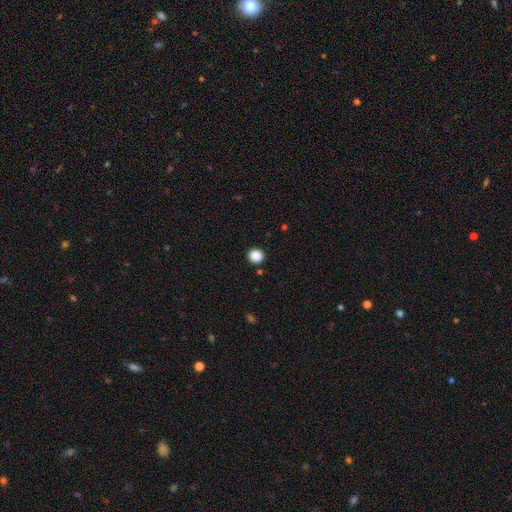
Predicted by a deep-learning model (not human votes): This is clearly a smooth galaxy (88%). How rounded: clearly round (90%). Merging: clearly none (92%).